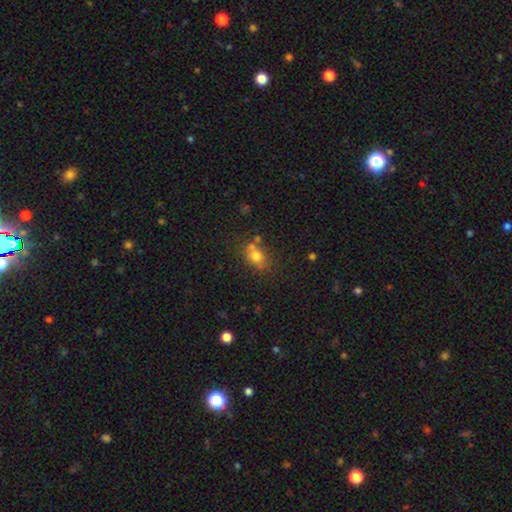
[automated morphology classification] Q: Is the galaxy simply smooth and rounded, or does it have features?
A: smooth — 72%.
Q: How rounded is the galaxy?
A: in between — 51%.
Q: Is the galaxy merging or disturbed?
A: none — 54%.